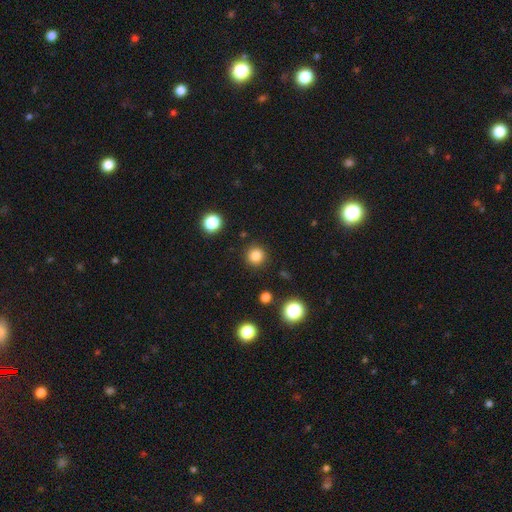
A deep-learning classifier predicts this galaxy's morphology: Smooth or featured? Predicted: smooth (p=0.83). How rounded? Predicted: round (p=0.95). Merging? Predicted: none (p=0.91).